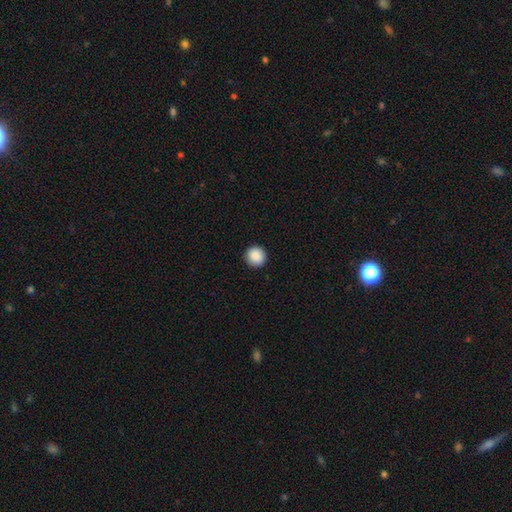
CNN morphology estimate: The model was most divided on "smooth or featured": smooth: 89%, star or artifact: 8%, featured or disk: 3%. More confident: how rounded — round (93%); merging — none (92%).